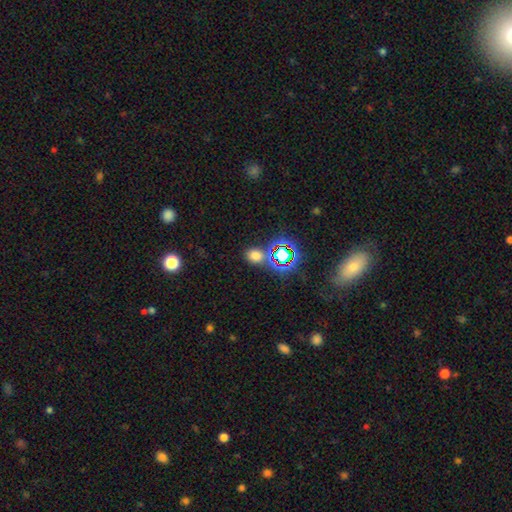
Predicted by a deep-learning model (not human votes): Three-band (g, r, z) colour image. It shows a smooth galaxy with no disk features (63%) that is in between round and cigar-shaped (51%). Merging: none (74%).